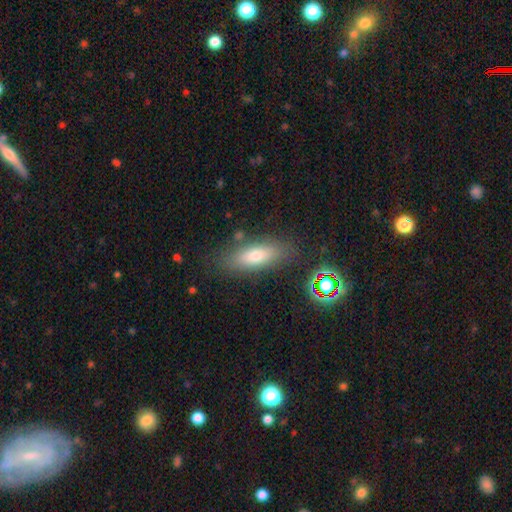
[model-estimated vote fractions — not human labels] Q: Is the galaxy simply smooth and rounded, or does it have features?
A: smooth — 68%.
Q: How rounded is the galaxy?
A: in between — 62%.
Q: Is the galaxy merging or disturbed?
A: none — 79%.